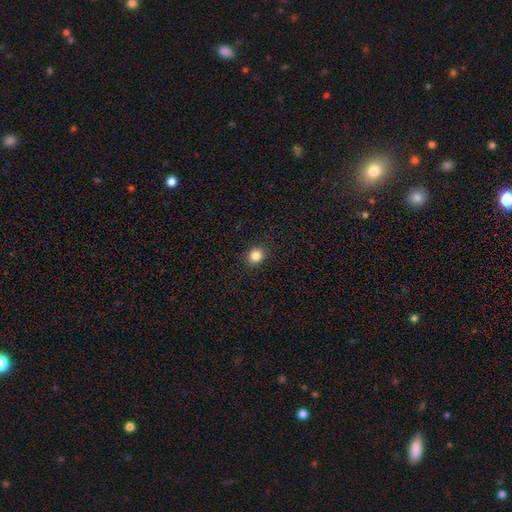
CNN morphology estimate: Smooth or featured: smooth — 85% (star or artifact — 11%)
How rounded: round — 80% (in between — 19%)
Merging: none — 91% (minor disturbance — 6%)